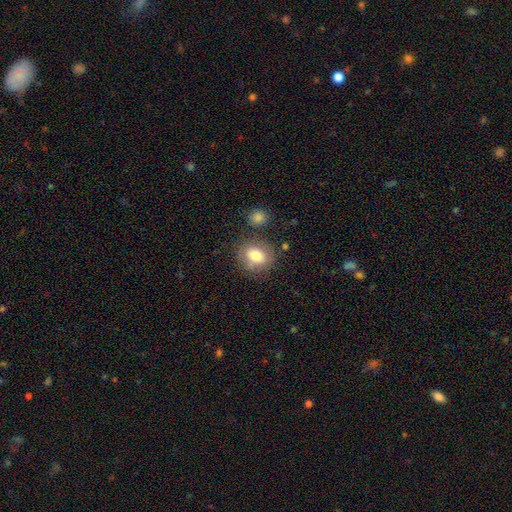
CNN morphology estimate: type=smooth (77%); roundness=round (65%); merging=none (74%).